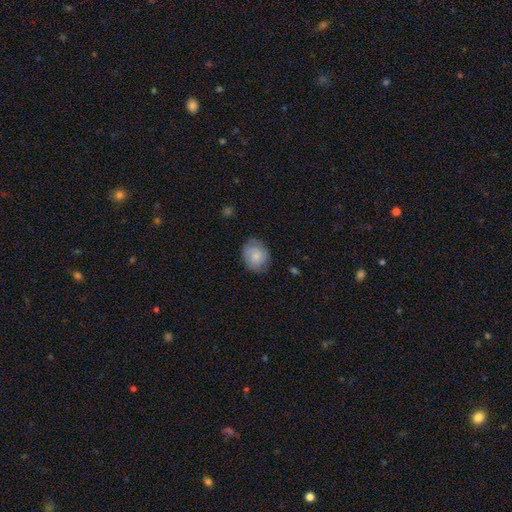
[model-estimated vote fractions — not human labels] smooth 73%, featured or disk 20%, star or artifact 7%. Down the decision tree: how rounded — round (60%); merging — none (76%).